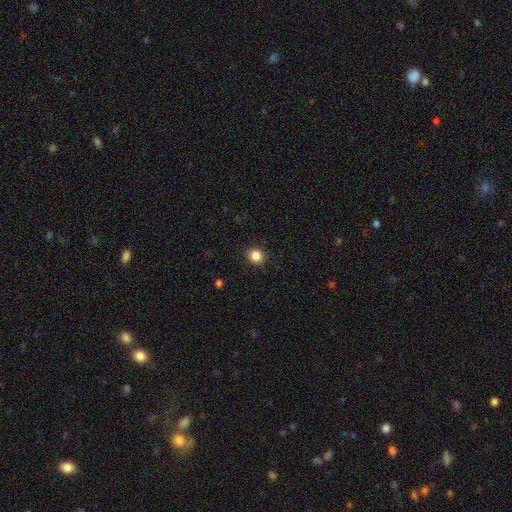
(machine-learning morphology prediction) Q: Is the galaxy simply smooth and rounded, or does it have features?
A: smooth — 86%.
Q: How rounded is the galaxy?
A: round — 87%.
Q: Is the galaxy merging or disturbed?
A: none — 91%.